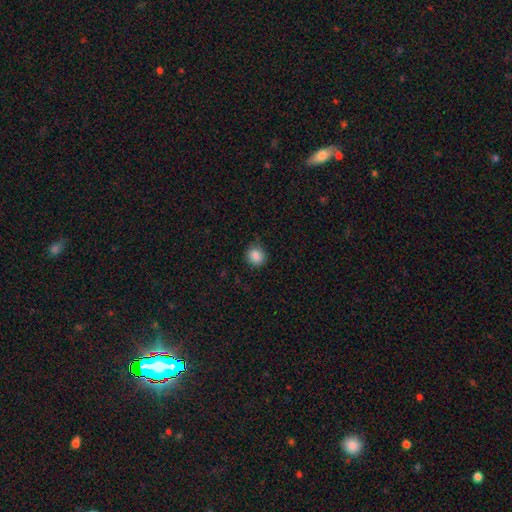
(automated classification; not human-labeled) smooth-or-featured: smooth: 86% | star or artifact: 10% | featured or disk: 4%
  how-rounded: round: 81% | in between: 18% | cigar-shaped: 1%
  merging: none: 79% | minor disturbance: 17% | major disturbance: 3% | merger: 1%